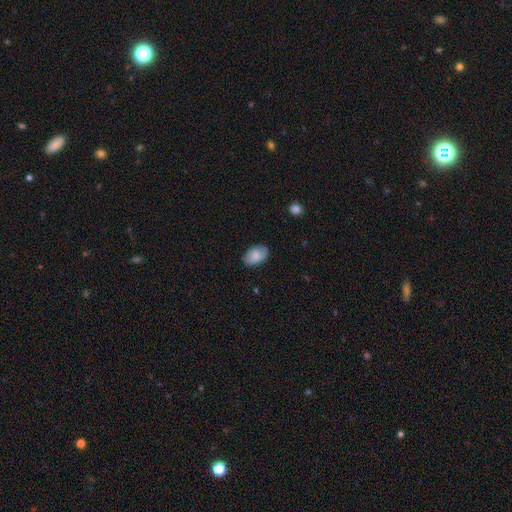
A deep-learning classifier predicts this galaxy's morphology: Smooth or featured? Predicted: smooth (p=0.83). How rounded? Predicted: in between (p=0.90). Merging? Predicted: none (p=0.80).